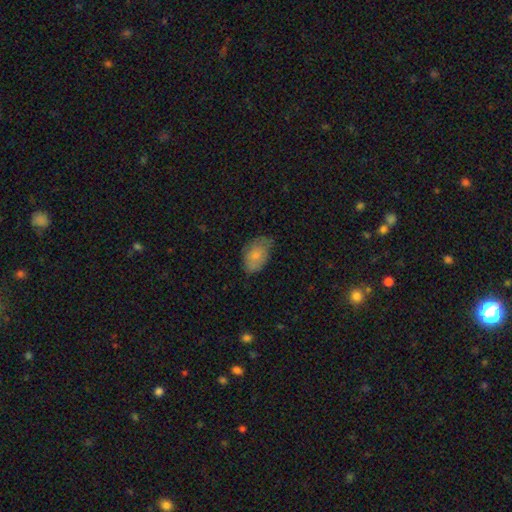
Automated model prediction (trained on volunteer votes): The model was most divided on "merging": none: 56%, minor disturbance: 33%, major disturbance: 9%, merger: 1%. More confident: how rounded — in between (88%); smooth or featured — smooth (73%).